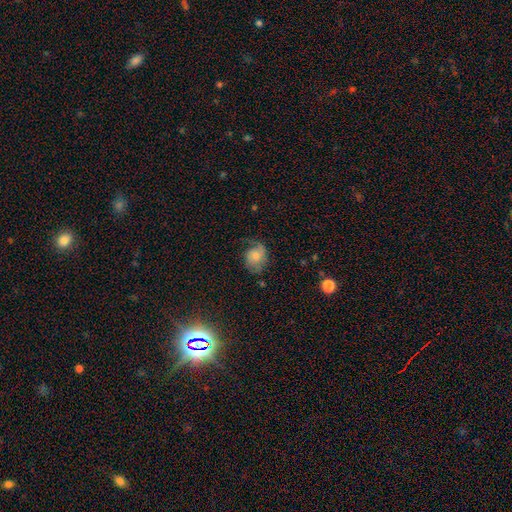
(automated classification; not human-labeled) Smooth or featured: smooth — 50% (featured or disk — 40%)
How rounded: round — 54% (in between — 44%)
Merging: none — 48% (minor disturbance — 29%)